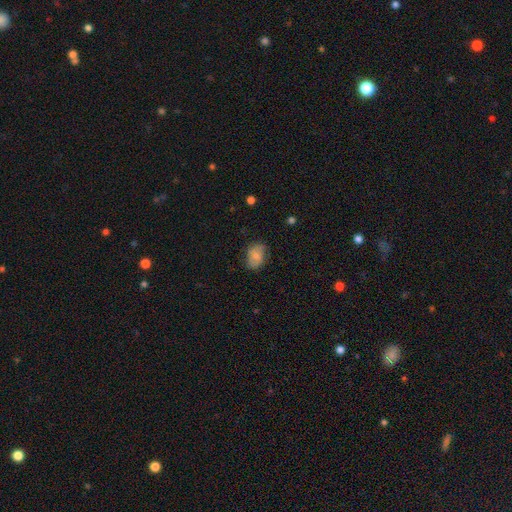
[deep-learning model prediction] smooth-or-featured: smooth: 69% | featured or disk: 23% | star or artifact: 8%
  how-rounded: in between: 77% | round: 22% | cigar-shaped: 1%
  merging: none: 66% | minor disturbance: 26% | major disturbance: 7% | merger: 1%